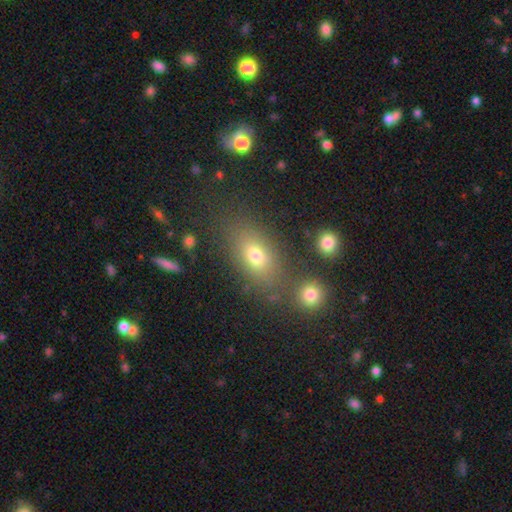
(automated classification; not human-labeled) Smooth or featured?
  - smooth: 71% *
  - star or artifact: 15%
  - featured or disk: 14%
How rounded?
  - in between: 75% *
  - round: 19%
  - cigar-shaped: 6%
Merging?
  - none: 73% *
  - minor disturbance: 12%
  - merger: 9%
  - major disturbance: 6%